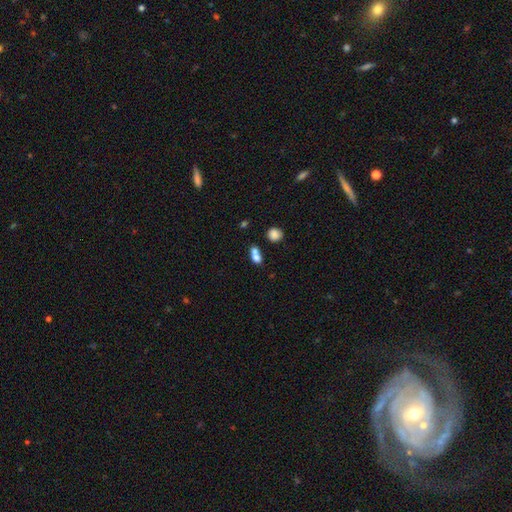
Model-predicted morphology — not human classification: smooth 76%, featured or disk 13%, star or artifact 12%. Down the decision tree: how rounded — in between (54%); merging — merger (57%).